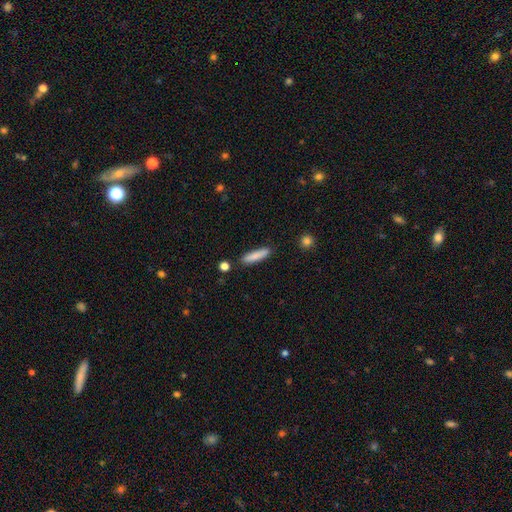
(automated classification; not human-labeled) A smooth galaxy with no disk features (84%) that is cigar-shaped (84%).

Vote fractions:
- Smooth or featured? smooth: 84% / featured or disk: 10% / star or artifact: 6%
- How rounded? cigar-shaped: 84% / in between: 15% / round: 2%
- Merging? none: 87% / minor disturbance: 8% / merger: 3% / major disturbance: 2%